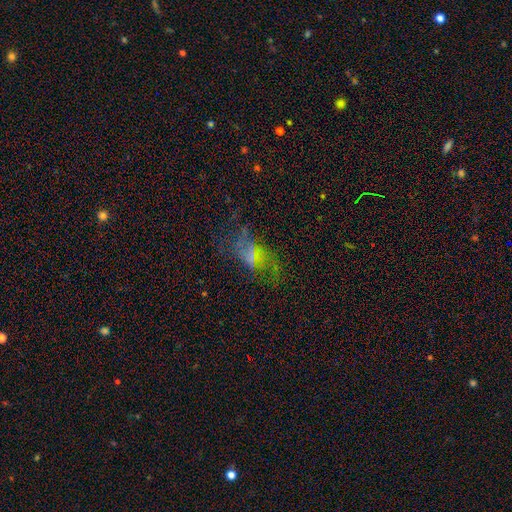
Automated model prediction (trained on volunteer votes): This appears to be a featured or disk galaxy (52%). Merging: none (45%).